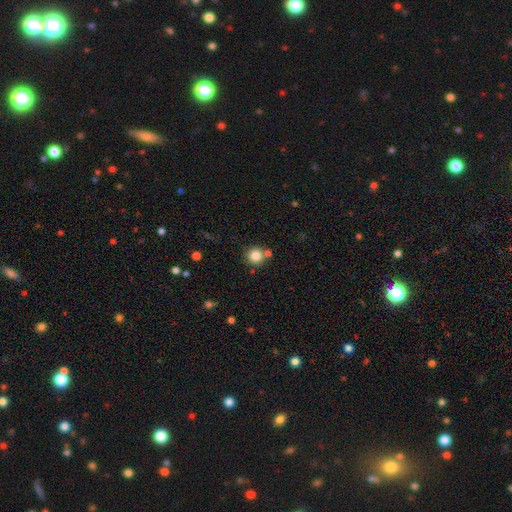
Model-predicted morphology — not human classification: type=smooth (82%); roundness=round (94%); merging=none (73%).